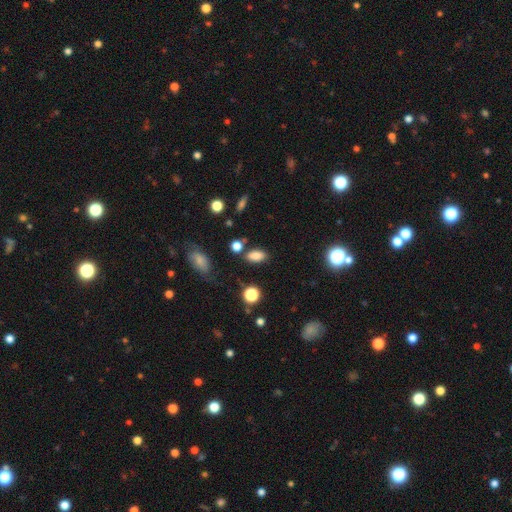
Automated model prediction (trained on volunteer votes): This is clearly a smooth galaxy (82%). How rounded: clearly in between (88%). Merging: likely none (77%).